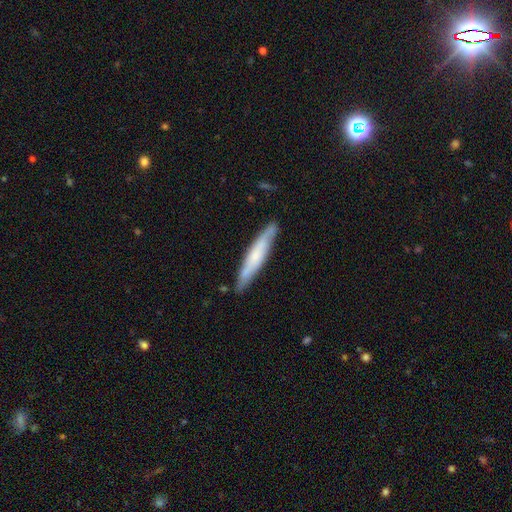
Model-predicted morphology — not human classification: Smooth or featured? Predicted: smooth (p=0.50). How rounded? Predicted: cigar-shaped (p=0.92). Merging? Predicted: none (p=0.83).